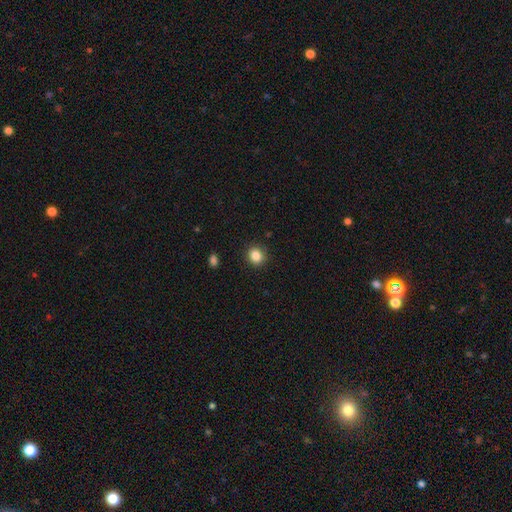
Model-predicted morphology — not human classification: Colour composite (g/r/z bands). It shows a smooth galaxy with no disk features (85%) that is round (80%). Merging: none (89%).